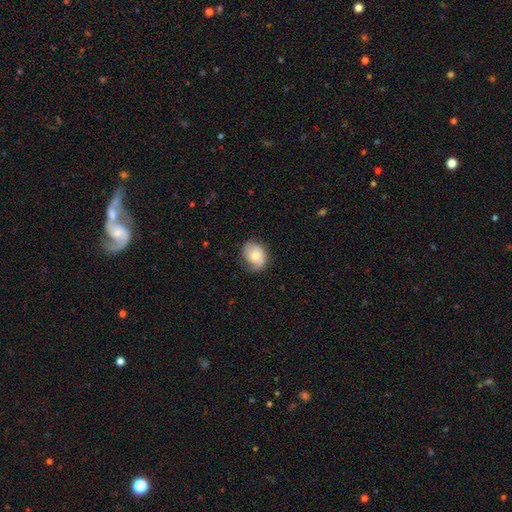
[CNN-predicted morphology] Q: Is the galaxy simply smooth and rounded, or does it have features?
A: smooth — 69%.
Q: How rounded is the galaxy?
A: in between — 61%.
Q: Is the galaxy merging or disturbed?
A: none — 62%.